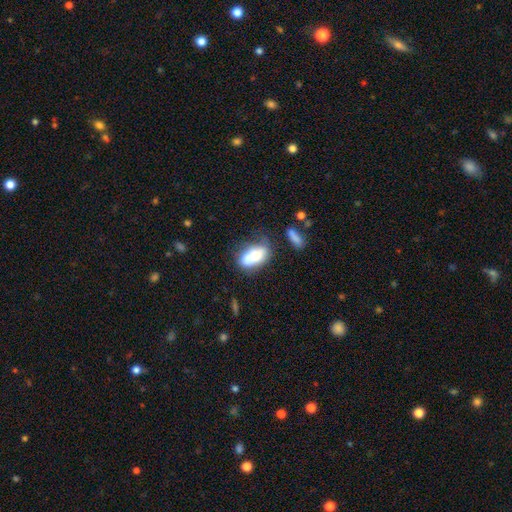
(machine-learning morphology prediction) This is likely a smooth galaxy (63%). How rounded: clearly in between (85%). Merging: marginally merger (39%).